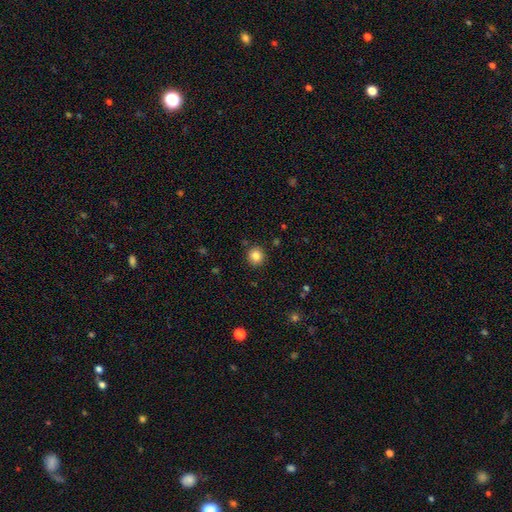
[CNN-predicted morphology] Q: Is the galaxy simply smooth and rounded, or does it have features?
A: smooth — 85%.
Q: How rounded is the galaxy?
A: round — 90%.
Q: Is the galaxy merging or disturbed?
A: none — 88%.